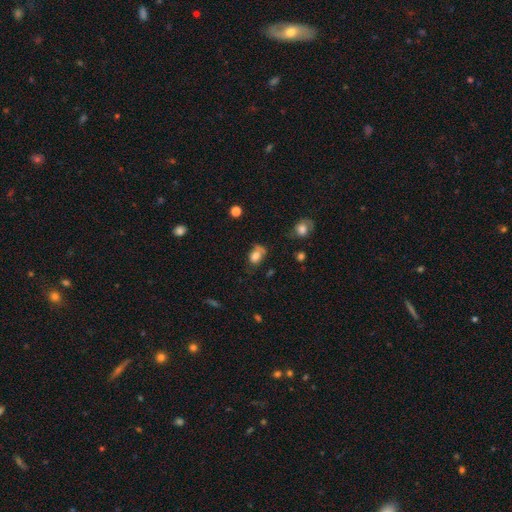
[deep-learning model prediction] Smooth or featured: smooth — 76% (featured or disk — 13%)
How rounded: in between — 75% (round — 24%)
Merging: none — 41% (minor disturbance — 33%)